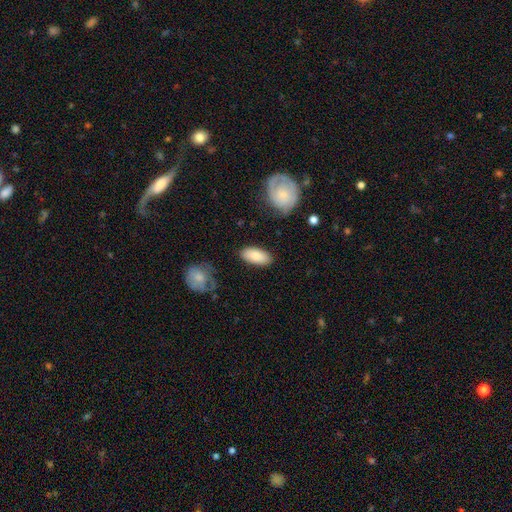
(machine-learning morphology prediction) smooth_or_featured: smooth (p=0.85) [alt: featured or disk p=0.09]
how_rounded: in between (p=0.90) [alt: cigar-shaped p=0.07]
merging: none (p=0.83) [alt: minor disturbance p=0.12]